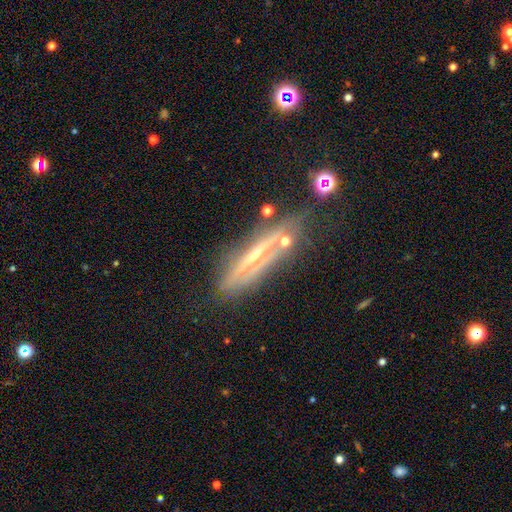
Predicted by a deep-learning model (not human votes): Smooth or featured? featured or disk (70%)
Edge-on disk? yes (87%)
Edge-on bulge? rounded (56%)
Merging? none (71%)